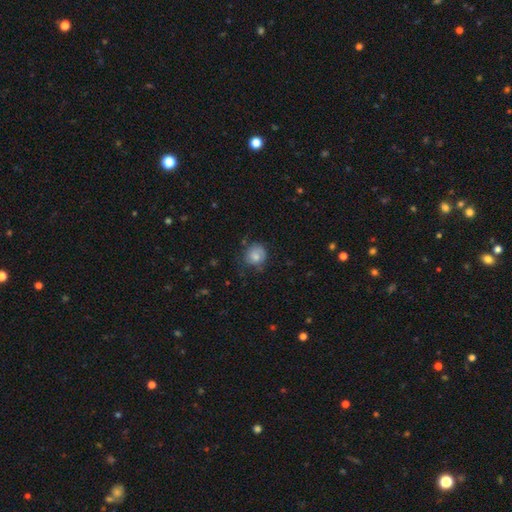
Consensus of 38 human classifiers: smooth 74%, featured or disk 18%, star or artifact 8%. Down the decision tree: how rounded — round (79%); merging — none (74%).